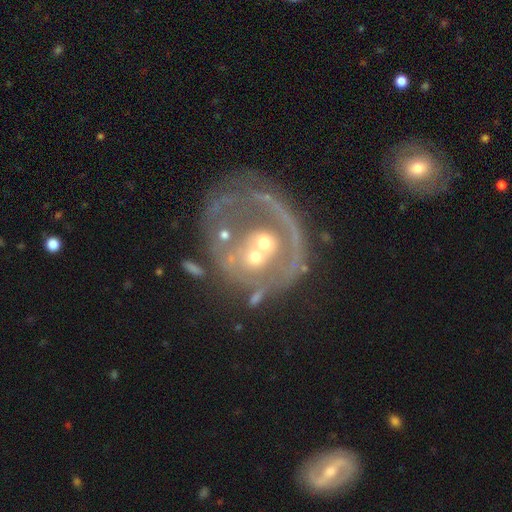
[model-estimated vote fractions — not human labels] Q: Smooth or featured?
A: featured or disk (76%); runner-up: smooth (15%)
Q: Edge-on disk?
A: no (97%); runner-up: yes (3%)
Q: Bar?
A: no (83%); runner-up: weak (12%)
Q: Spiral arms?
A: no (63%); runner-up: yes (37%)
Q: Bulge size?
A: moderate (49%); runner-up: small (35%)
Q: Merging?
A: none (31%); runner-up: merger (29%)